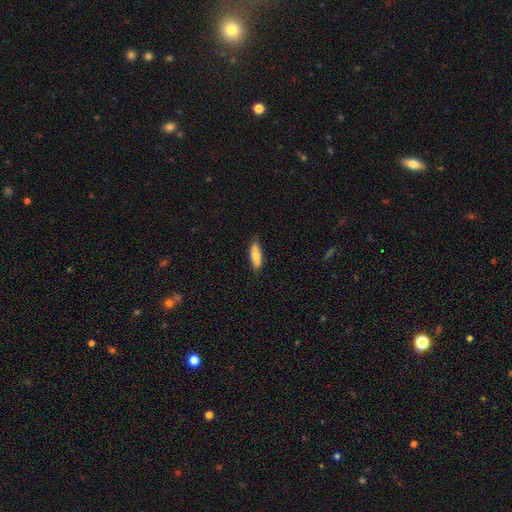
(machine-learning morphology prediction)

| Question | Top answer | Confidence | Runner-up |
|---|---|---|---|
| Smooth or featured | smooth | 82% | featured or disk (12%) |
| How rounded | cigar-shaped | 53% | in between (46%) |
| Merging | none | 83% | minor disturbance (14%) |